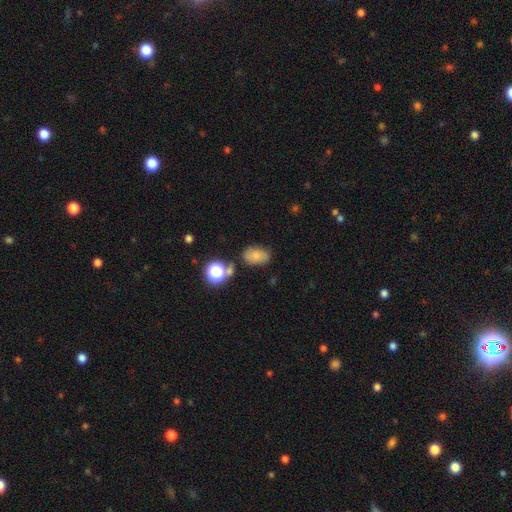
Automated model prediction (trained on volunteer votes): smooth 73%, star or artifact 14%, featured or disk 13%. Down the decision tree: how rounded — in between (81%); merging — none (68%).